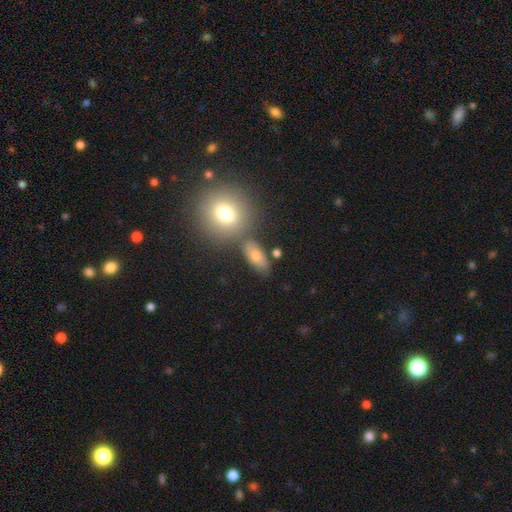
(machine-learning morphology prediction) Overall: smooth (74%). How rounded: in between (78%). Merging: none (71%).